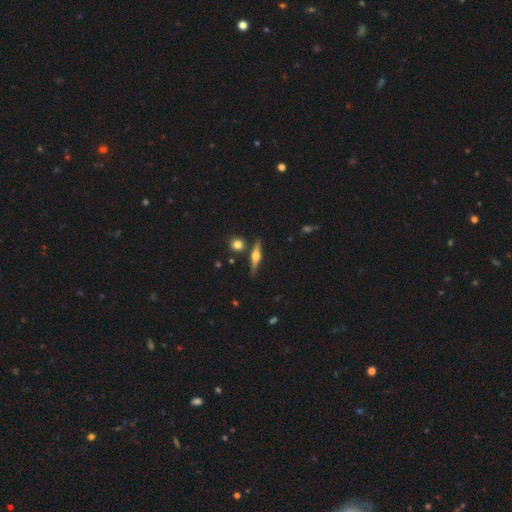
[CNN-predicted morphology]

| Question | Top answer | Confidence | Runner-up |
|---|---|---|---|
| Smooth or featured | featured or disk | 70% | smooth (23%) |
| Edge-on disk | yes | 97% | no (3%) |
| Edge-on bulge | rounded | 92% | boxy (5%) |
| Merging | none | 84% | minor disturbance (8%) |